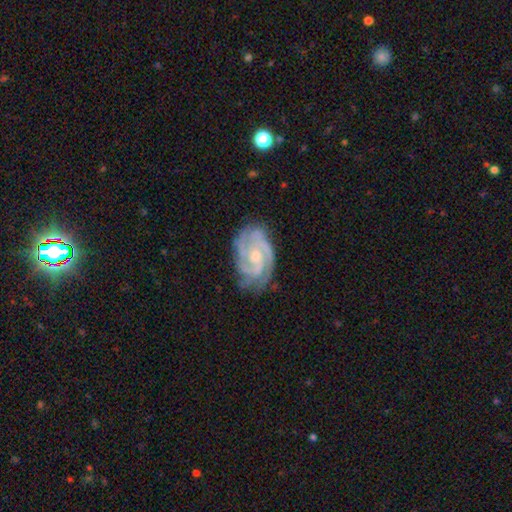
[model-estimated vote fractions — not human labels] A featured or disk galaxy (90%) with no bar (59%), 2 (39%) tight (63%) spiral arms (98%) and a small central bulge (51%). Merging: none (73%).